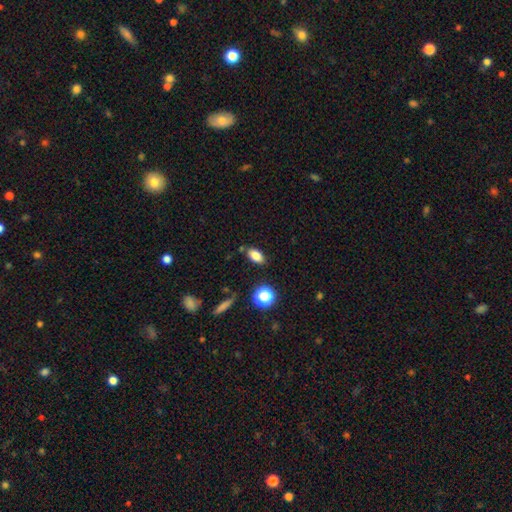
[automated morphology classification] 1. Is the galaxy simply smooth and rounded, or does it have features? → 81% smooth, 11% star or artifact, 8% featured or disk.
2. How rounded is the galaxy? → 85% in between, 9% round, 6% cigar-shaped.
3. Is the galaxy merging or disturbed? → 80% none, 12% minor disturbance, 4% merger, 3% major disturbance.